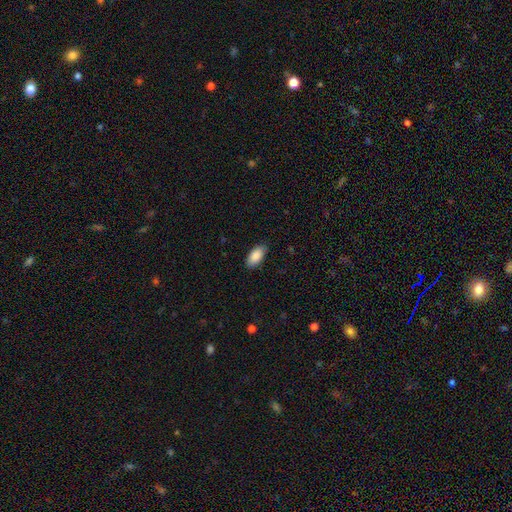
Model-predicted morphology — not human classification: smooth 89%, star or artifact 6%, featured or disk 5%. Down the decision tree: how rounded — in between (93%); merging — none (86%).